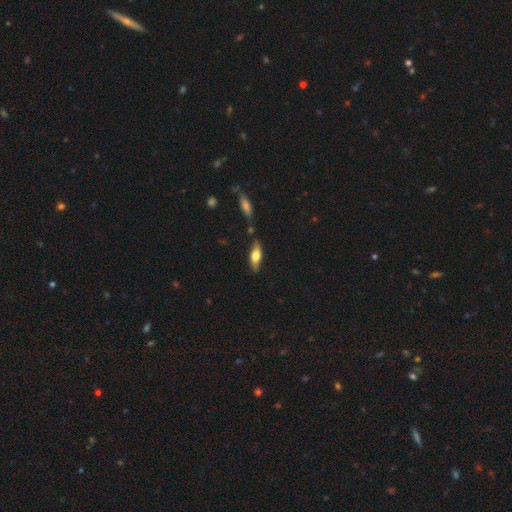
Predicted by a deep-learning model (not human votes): This is possibly a smooth galaxy (56%). How rounded: possibly in between (59%). Merging: likely none (76%).